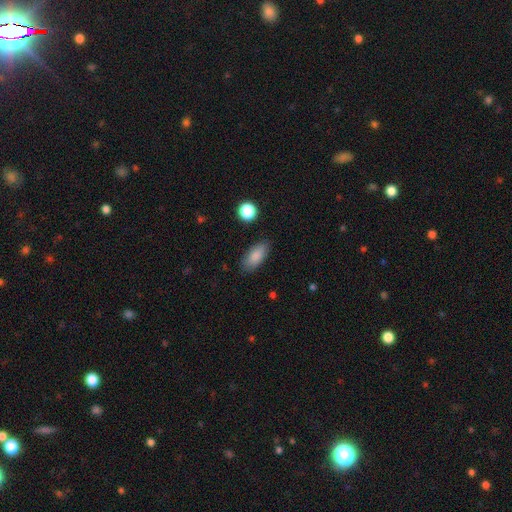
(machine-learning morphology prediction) A smooth galaxy with no disk features (85%) that is in between round and cigar-shaped (87%). Merging: none (82%).